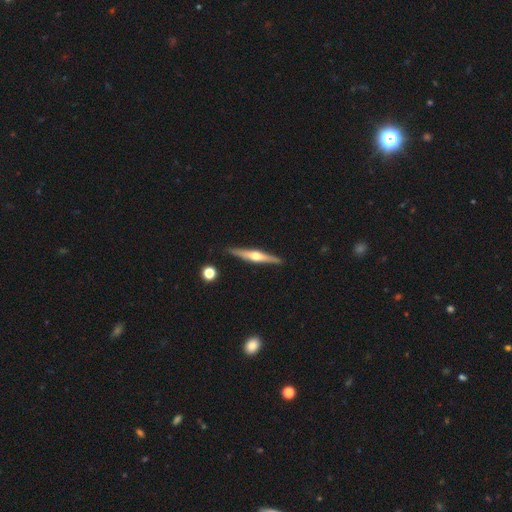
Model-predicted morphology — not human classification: smooth-or-featured: featured or disk: 71% | smooth: 24% | star or artifact: 5%
  disk-edge-on: yes: 97% | no: 3%
    edge-on-bulge: rounded: 92% | boxy: 4% | none: 4%
  merging: none: 89% | minor disturbance: 8% | merger: 2% | major disturbance: 2%